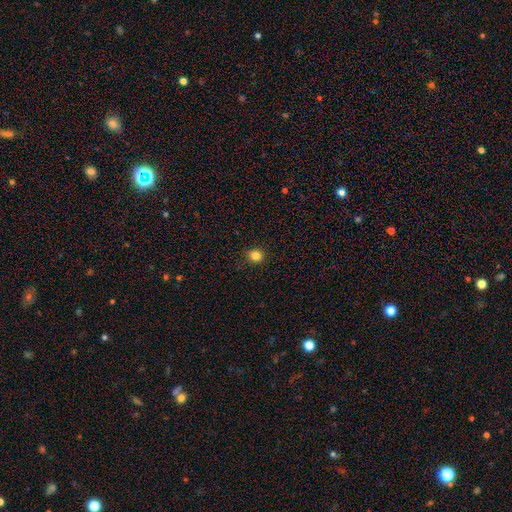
smooth-or-featured: smooth: 85% | featured or disk: 10% | star or artifact: 5%
  how-rounded: round: 76% | in between: 24% | cigar-shaped: 0%
  merging: none: 95% | minor disturbance: 5% | major disturbance: 0% | merger: 0%